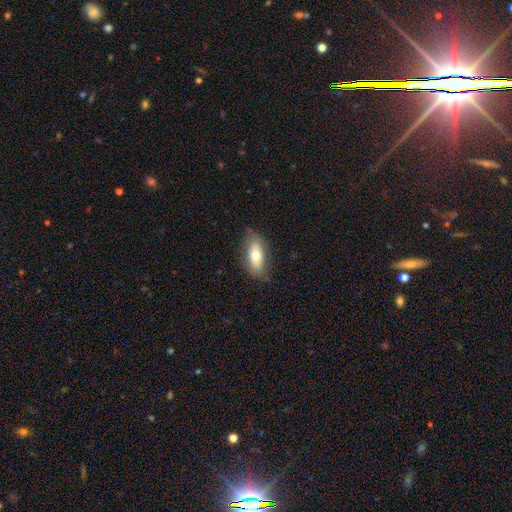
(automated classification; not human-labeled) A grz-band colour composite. It shows a smooth galaxy with no disk features (69%) that is in between round and cigar-shaped (84%). Merging: none (77%).